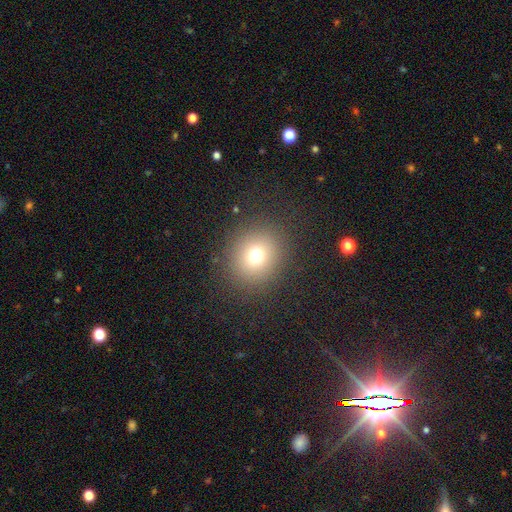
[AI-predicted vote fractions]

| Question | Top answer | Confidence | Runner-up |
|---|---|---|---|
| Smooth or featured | smooth | 72% | star or artifact (18%) |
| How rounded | round | 85% | in between (14%) |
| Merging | none | 87% | minor disturbance (7%) |